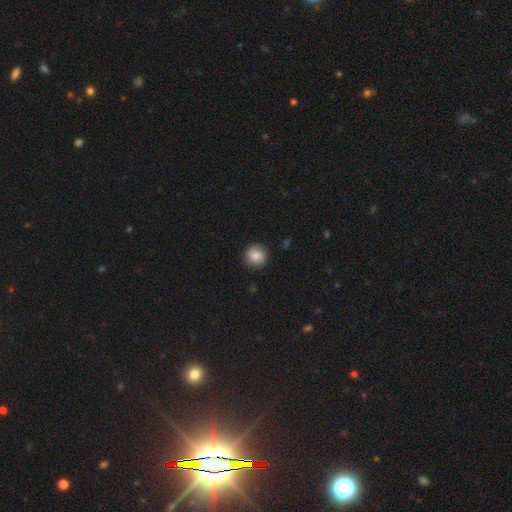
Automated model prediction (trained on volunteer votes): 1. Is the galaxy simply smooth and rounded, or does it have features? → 81% smooth, 11% featured or disk, 8% star or artifact.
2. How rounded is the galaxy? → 89% round, 10% in between, 1% cigar-shaped.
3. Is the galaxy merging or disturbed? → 85% none, 12% minor disturbance, 3% major disturbance, 1% merger.